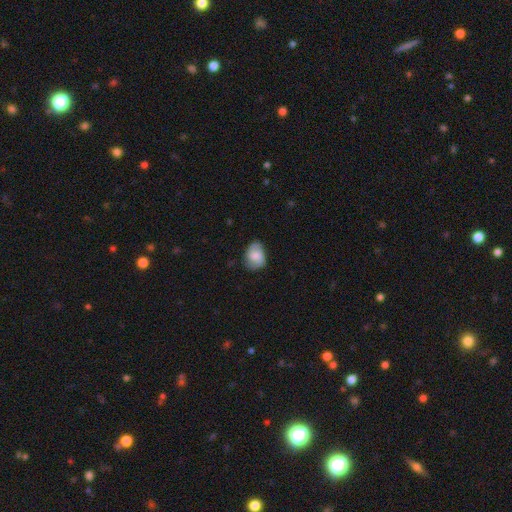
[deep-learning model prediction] Smooth or featured? Predicted: smooth (p=0.51). How rounded? Predicted: in between (p=0.72). Merging? Predicted: none (p=0.71).